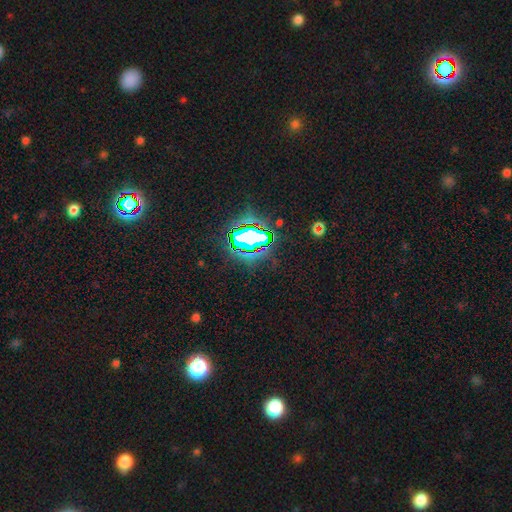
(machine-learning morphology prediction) A star or artifact, not a galaxy (81%).